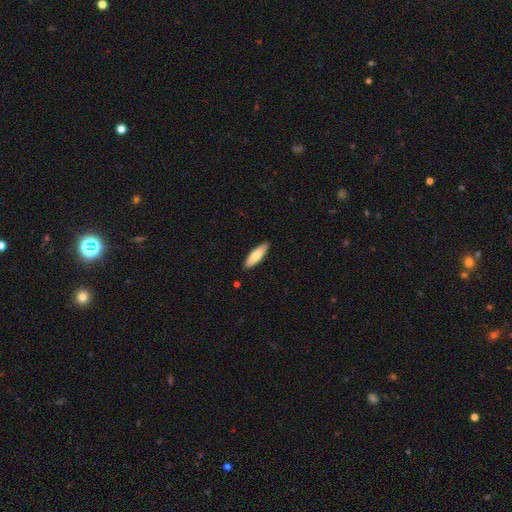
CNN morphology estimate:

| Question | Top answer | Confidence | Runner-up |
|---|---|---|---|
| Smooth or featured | smooth | 75% | featured or disk (20%) |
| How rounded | cigar-shaped | 59% | in between (39%) |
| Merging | none | 90% | minor disturbance (8%) |